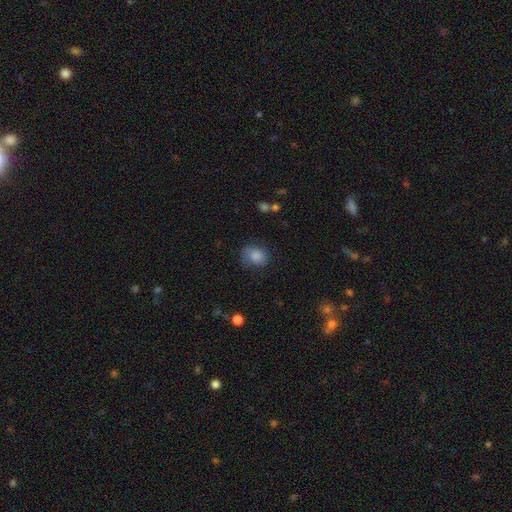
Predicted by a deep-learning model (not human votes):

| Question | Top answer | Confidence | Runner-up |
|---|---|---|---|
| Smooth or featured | smooth | 80% | featured or disk (11%) |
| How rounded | round | 52% | in between (47%) |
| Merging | none | 63% | minor disturbance (26%) |